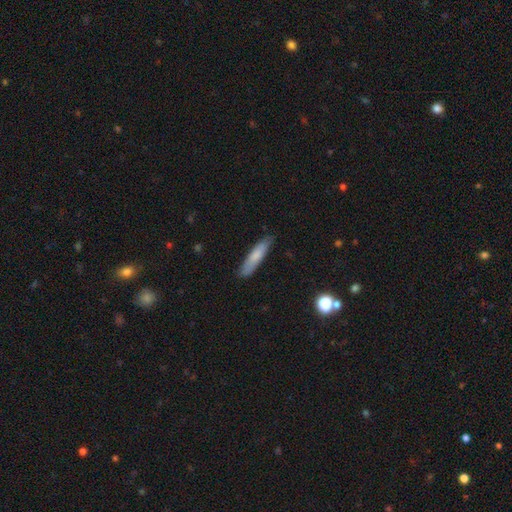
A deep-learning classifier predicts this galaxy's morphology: smooth_or_featured: smooth (p=0.74) [alt: featured or disk p=0.20]
how_rounded: cigar-shaped (p=0.83) [alt: in between p=0.16]
merging: none (p=0.83) [alt: minor disturbance p=0.14]